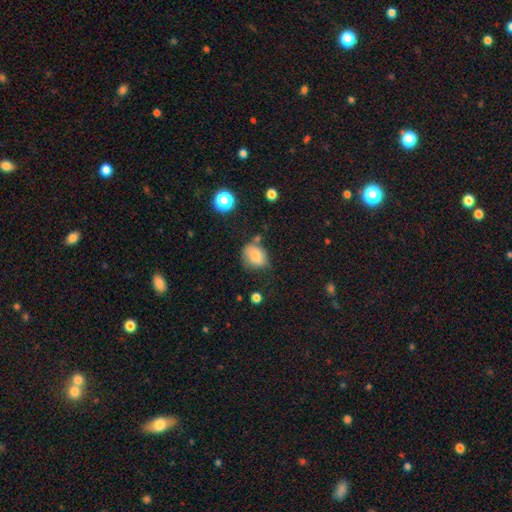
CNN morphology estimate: Smooth or featured? Predicted: smooth (p=0.79). How rounded? Predicted: round (p=0.51). Merging? Predicted: none (p=0.51).